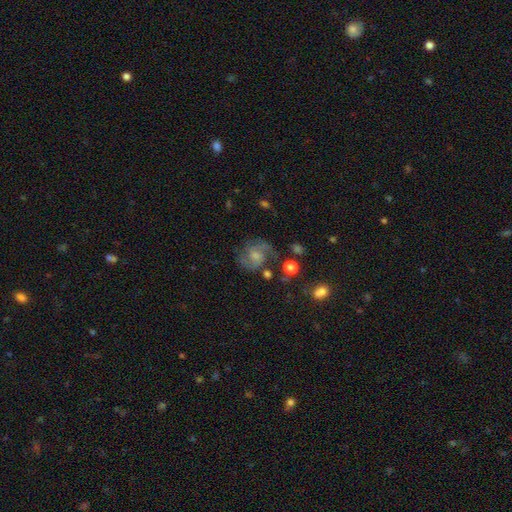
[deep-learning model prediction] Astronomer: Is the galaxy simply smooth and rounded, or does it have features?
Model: featured or disk — 71%.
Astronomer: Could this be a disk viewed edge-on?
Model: no — 98%.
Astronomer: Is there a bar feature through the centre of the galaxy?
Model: no — 61%.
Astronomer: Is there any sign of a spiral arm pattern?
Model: yes — 92%.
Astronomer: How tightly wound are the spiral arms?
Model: medium — 53%.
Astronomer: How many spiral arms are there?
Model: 2 — 82%.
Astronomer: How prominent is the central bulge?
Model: moderate — 38% (runner-up: small, 32%).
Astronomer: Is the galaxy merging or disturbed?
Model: none — 61%.